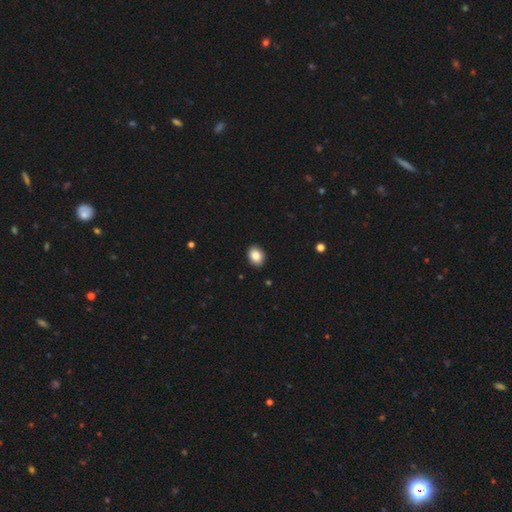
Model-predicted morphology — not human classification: smooth_or_featured: smooth (p=0.84) [alt: star or artifact p=0.09]
how_rounded: in between (p=0.55) [alt: round p=0.44]
merging: none (p=0.92) [alt: minor disturbance p=0.06]